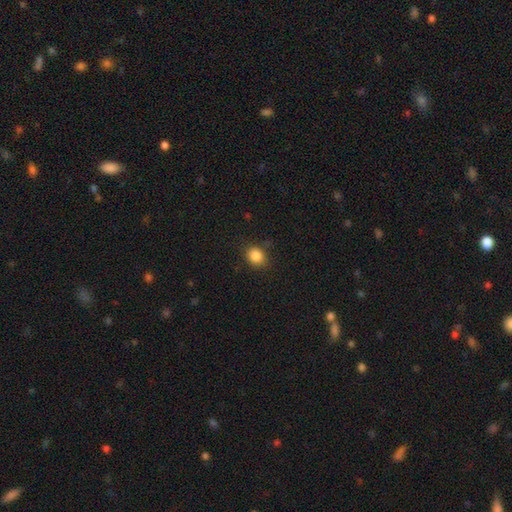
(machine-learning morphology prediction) Smooth or featured? smooth (86%)
How rounded? round (63%)
Merging? none (82%)